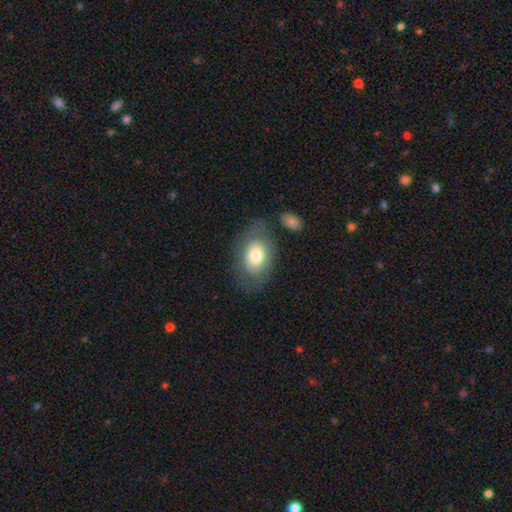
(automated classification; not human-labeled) This is likely a smooth galaxy (69%). How rounded: clearly in between (84%). Merging: likely none (66%).